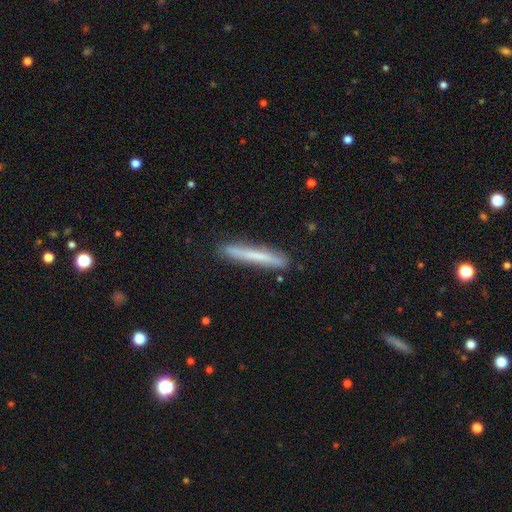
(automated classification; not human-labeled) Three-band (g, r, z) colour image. It shows a smooth galaxy with no disk features (60%) that is cigar-shaped (96%). Merging: none (88%).